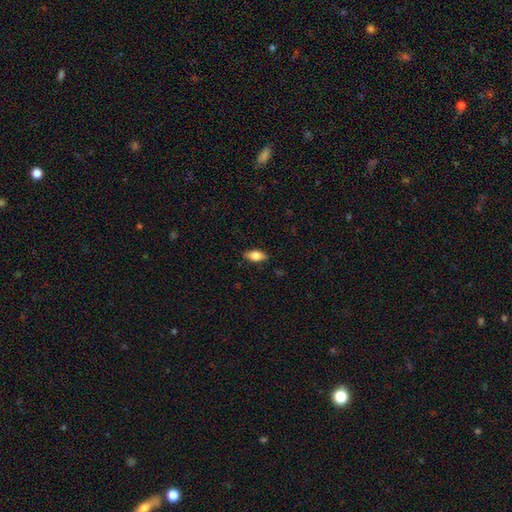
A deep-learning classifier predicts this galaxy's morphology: This is likely a smooth galaxy (78%). How rounded: clearly in between (86%). Merging: clearly none (86%).